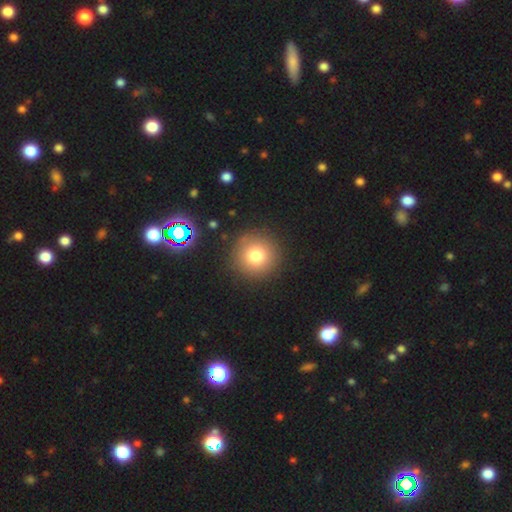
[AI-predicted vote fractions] Smooth or featured?
  - smooth: 76% *
  - star or artifact: 14%
  - featured or disk: 10%
How rounded?
  - round: 96% *
  - in between: 3%
  - cigar-shaped: 1%
Merging?
  - none: 90% *
  - minor disturbance: 6%
  - major disturbance: 3%
  - merger: 2%